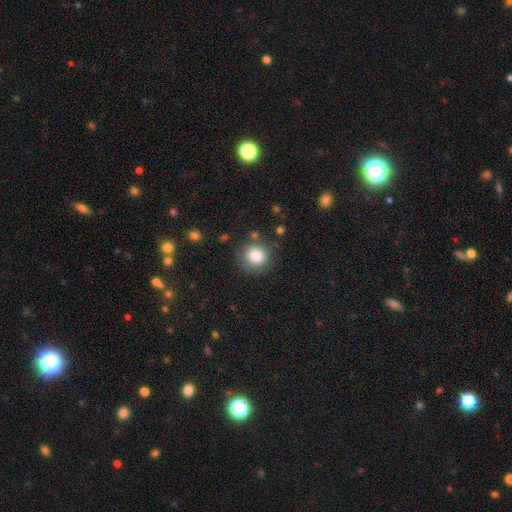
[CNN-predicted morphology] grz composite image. It shows a smooth galaxy with no disk features (81%) that is round (92%). Merging: none (82%).